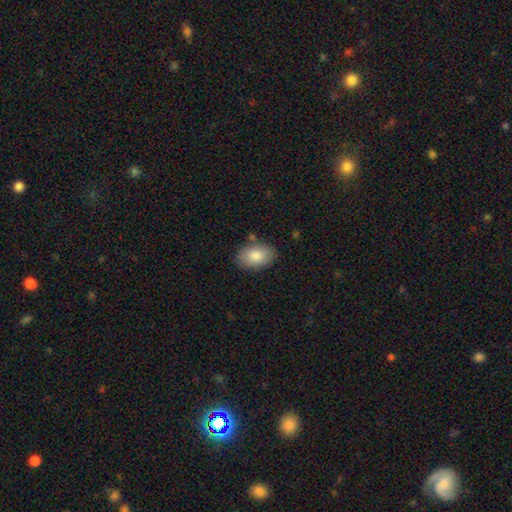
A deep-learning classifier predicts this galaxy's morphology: smooth 84%, featured or disk 9%, star or artifact 6%. Down the decision tree: how rounded — in between (90%); merging — none (81%).